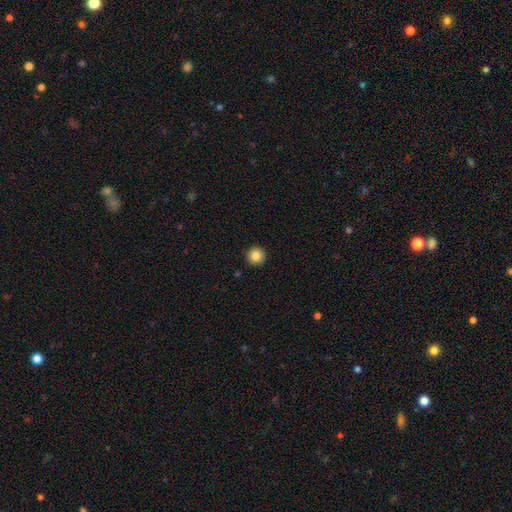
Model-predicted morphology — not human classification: The model was most divided on "smooth or featured": smooth: 84%, star or artifact: 10%, featured or disk: 6%. More confident: how rounded — round (96%); merging — none (93%).